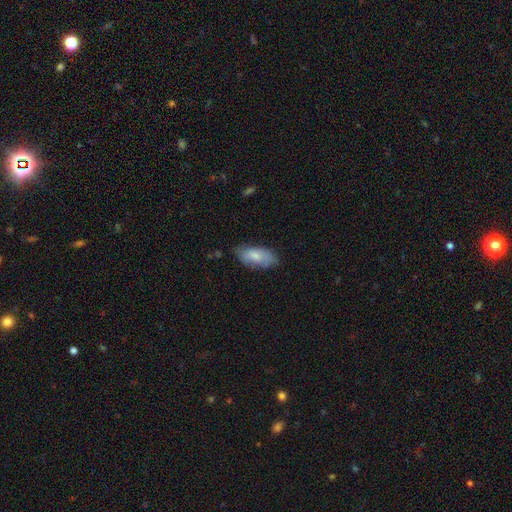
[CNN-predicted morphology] Smooth or featured? Predicted: smooth (p=0.72). How rounded? Predicted: in between (p=0.90). Merging? Predicted: none (p=0.69).